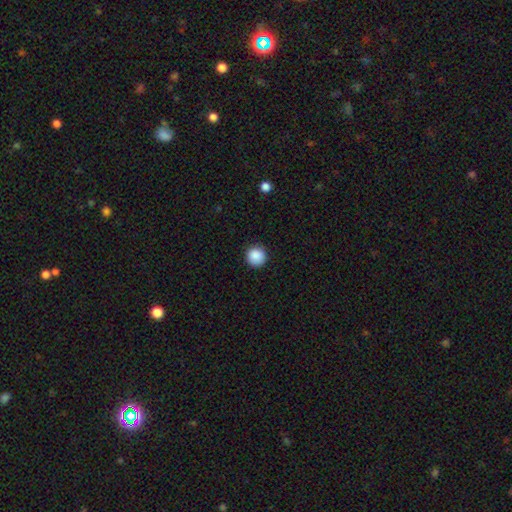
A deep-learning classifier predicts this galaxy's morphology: smooth 89%, star or artifact 9%, featured or disk 3%. Down the decision tree: how rounded — round (95%); merging — none (90%).